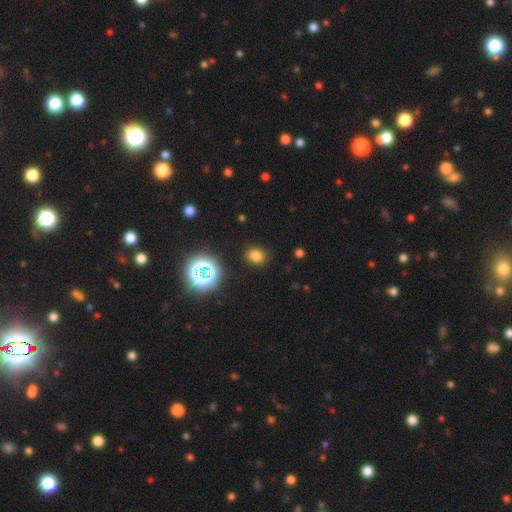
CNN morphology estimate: type=smooth (75%); roundness=round (61%); merging=none (88%).